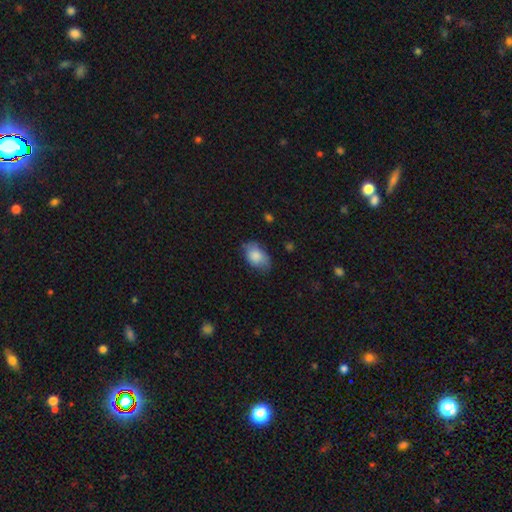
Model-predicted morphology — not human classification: Overall: smooth (82%). How rounded: in between (88%). Merging: none (62%; minor disturbance 29%).